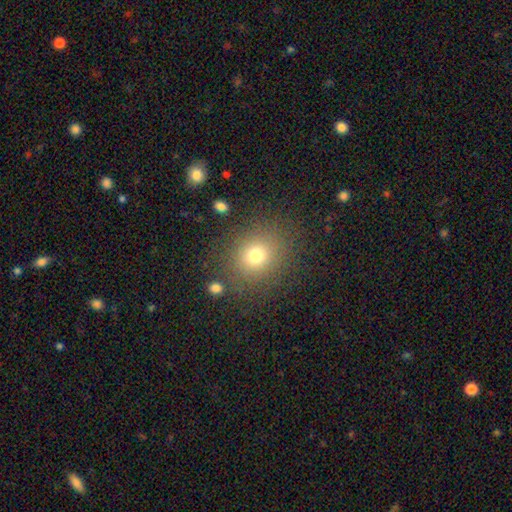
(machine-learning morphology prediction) smooth 73%, star or artifact 16%, featured or disk 11%. Down the decision tree: how rounded — round (79%); merging — none (83%).